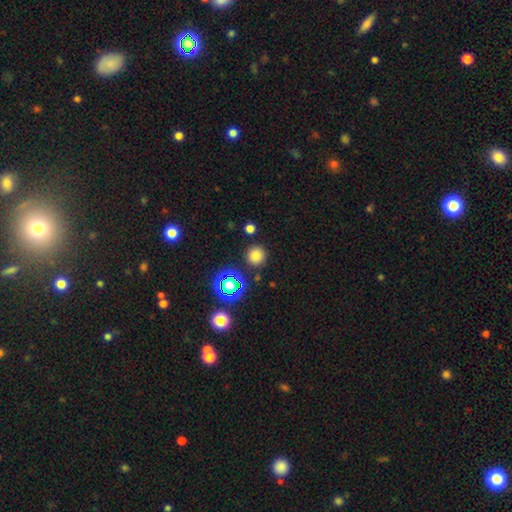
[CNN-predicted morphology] A smooth galaxy with no disk features (76%) that is round (94%).

Vote fractions:
- Smooth or featured? smooth: 76% / star or artifact: 19% / featured or disk: 5%
- How rounded? round: 94% / in between: 5% / cigar-shaped: 1%
- Merging? none: 87% / minor disturbance: 7% / merger: 3% / major disturbance: 3%